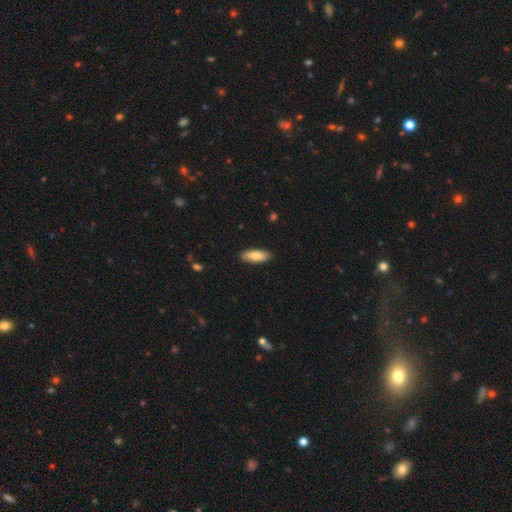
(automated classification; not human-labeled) Smooth or featured? Predicted: smooth (p=0.78). How rounded? Predicted: in between (p=0.73). Merging? Predicted: none (p=0.88).